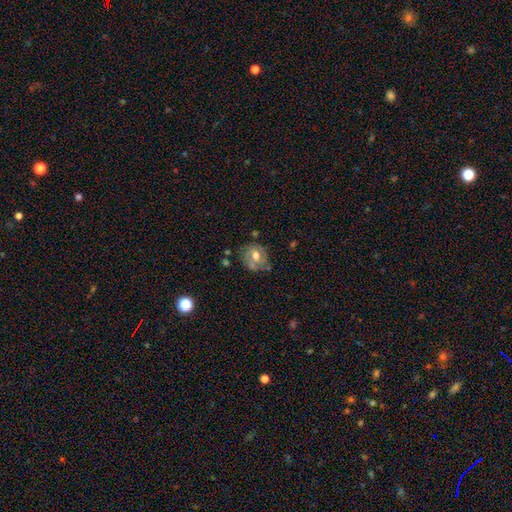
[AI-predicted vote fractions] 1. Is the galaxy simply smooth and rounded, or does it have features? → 53% smooth, 38% featured or disk, 9% star or artifact.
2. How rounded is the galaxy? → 64% round, 35% in between, 1% cigar-shaped.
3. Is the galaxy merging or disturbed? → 58% none, 27% minor disturbance, 10% major disturbance, 5% merger.